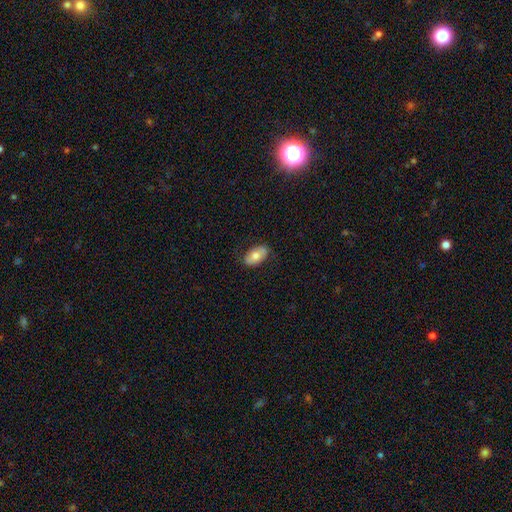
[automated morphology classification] Smooth or featured? Predicted: smooth (p=0.72). How rounded? Predicted: in between (p=0.93). Merging? Predicted: none (p=0.82).